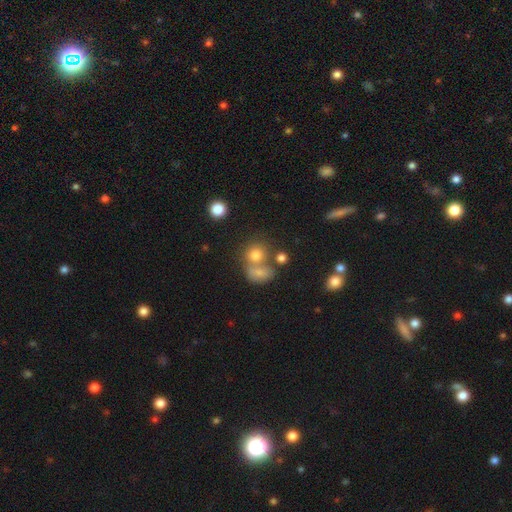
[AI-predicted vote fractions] smooth 76%, star or artifact 13%, featured or disk 11%. Down the decision tree: how rounded — round (76%); merging — none (46%).